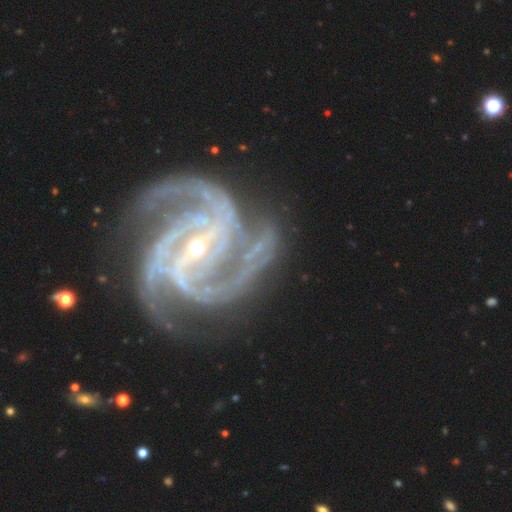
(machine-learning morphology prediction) Smooth or featured?
  - featured or disk: 94% *
  - star or artifact: 4%
  - smooth: 2%
Edge-on disk?
  - no: 98% *
  - yes: 2%
Bar?
  - strong: 56% *
  - weak: 31%
  - no: 13%
Spiral arms?
  - yes: 99% *
  - no: 1%
Spiral winding?
  - tight: 49% *
  - medium: 46%
  - loose: 6%
Spiral arm count?
  - 3: 37% *
  - 4: 29%
  - 2: 13%
  - can't tell: 8%
  - more than 4: 7%
  - 1: 6%
Bulge size?
  - small: 71% *
  - moderate: 26%
  - large: 1%
  - none: 1%
  - dominant: 1%
Merging?
  - none: 69% *
  - minor disturbance: 18%
  - major disturbance: 11%
  - merger: 2%